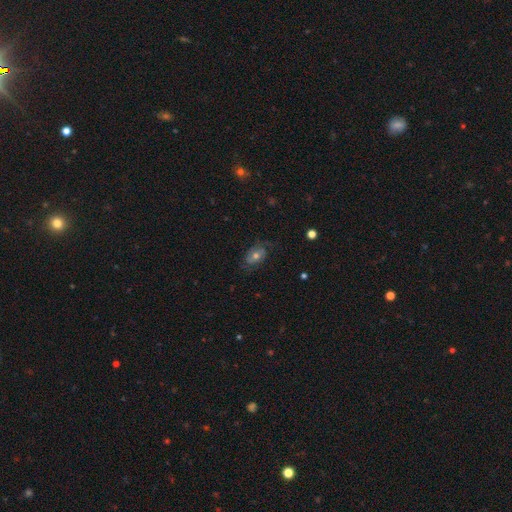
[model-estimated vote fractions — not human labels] Overall: featured or disk (56%; smooth 30%). Edge-on disk: no (93%). Bar: no (67%). Spiral arms: yes (76%). Bulge size: moderate (63%; small 28%). Merging: none (70%).